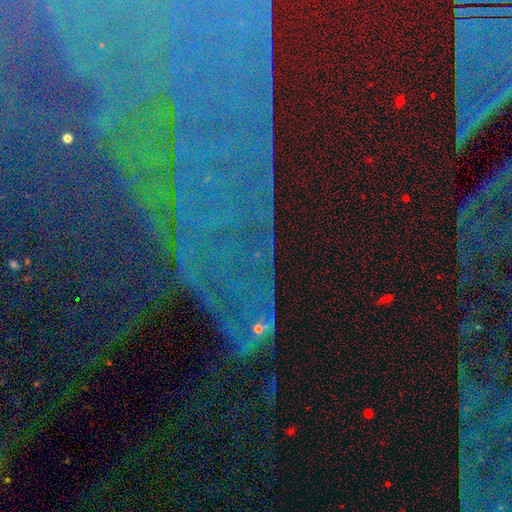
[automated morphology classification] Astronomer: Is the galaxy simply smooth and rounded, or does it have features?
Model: star or artifact — 82%.